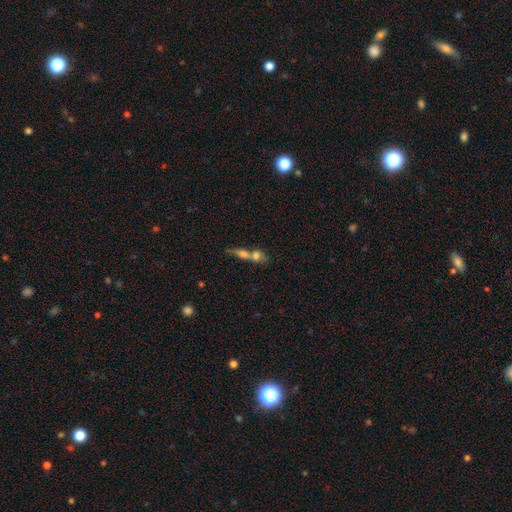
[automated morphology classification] The model was most divided on "how rounded": in between: 42%, cigar-shaped: 33%, round: 25%. More confident: merging — merger (69%); smooth or featured — smooth (58%).